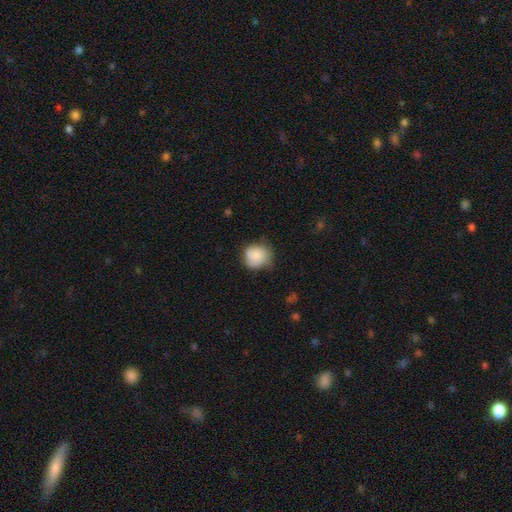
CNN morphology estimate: type=smooth (83%); roundness=round (84%); merging=none (55%).